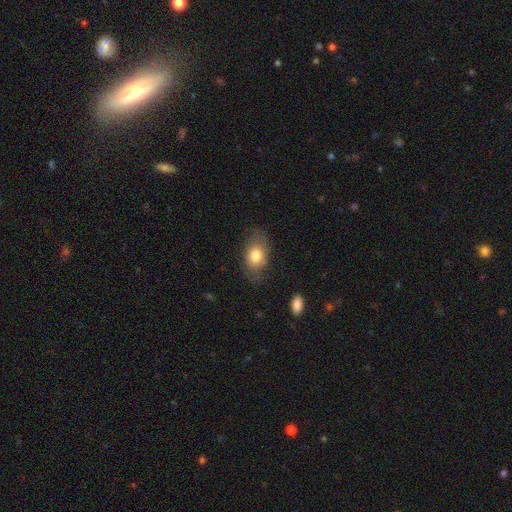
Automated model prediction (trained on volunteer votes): smooth-or-featured: smooth: 76% | featured or disk: 16% | star or artifact: 7%
  how-rounded: in between: 83% | round: 15% | cigar-shaped: 2%
  merging: none: 72% | minor disturbance: 19% | major disturbance: 7% | merger: 1%